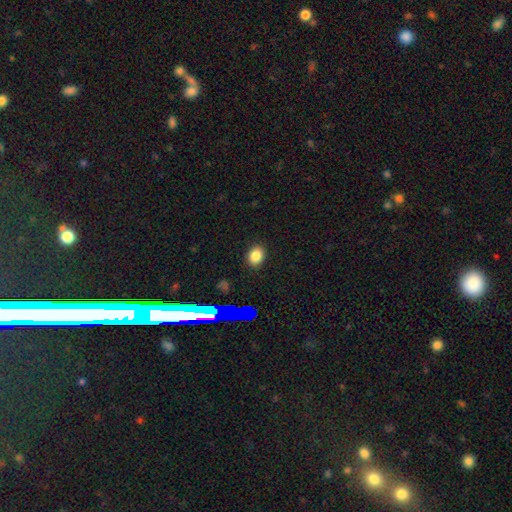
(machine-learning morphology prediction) This appears to be a smooth galaxy with no disk features (81%) that is in between round and cigar-shaped (61%). Merging: none (88%).